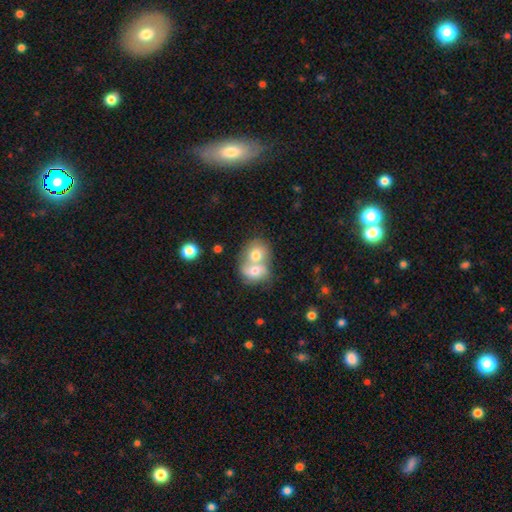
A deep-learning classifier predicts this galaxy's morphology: The model was most divided on "how rounded": round: 58%, in between: 40%, cigar-shaped: 1%. More confident: merging — merger (75%); smooth or featured — smooth (64%).